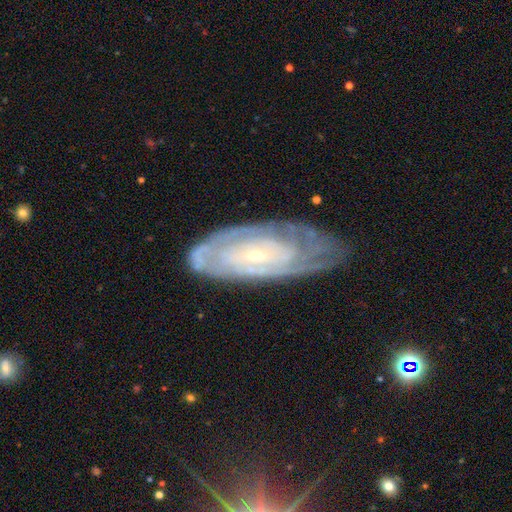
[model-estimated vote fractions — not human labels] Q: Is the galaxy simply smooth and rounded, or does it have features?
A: featured or disk — 83%.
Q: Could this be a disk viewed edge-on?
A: no — 90%.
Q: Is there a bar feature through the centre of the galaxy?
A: no — 53%.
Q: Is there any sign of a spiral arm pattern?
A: yes — 91%.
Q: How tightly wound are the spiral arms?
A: tight — 76%.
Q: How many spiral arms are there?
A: can't tell — 49%.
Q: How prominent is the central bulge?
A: small — 76%.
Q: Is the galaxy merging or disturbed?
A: none — 64%.